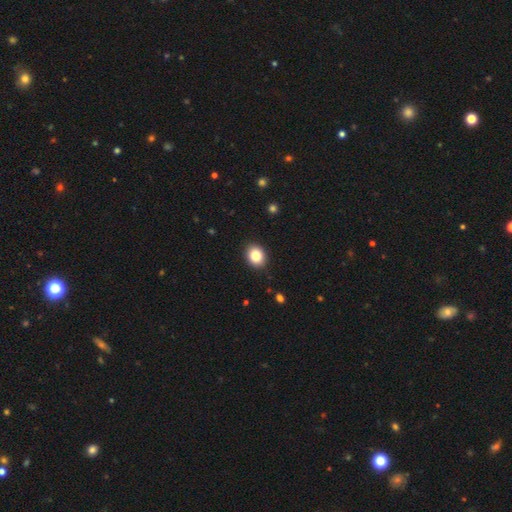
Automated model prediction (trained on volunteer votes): smooth-or-featured: smooth: 84% | star or artifact: 9% | featured or disk: 6%
  how-rounded: round: 52% | in between: 47% | cigar-shaped: 1%
  merging: none: 90% | minor disturbance: 7% | major disturbance: 2% | merger: 1%